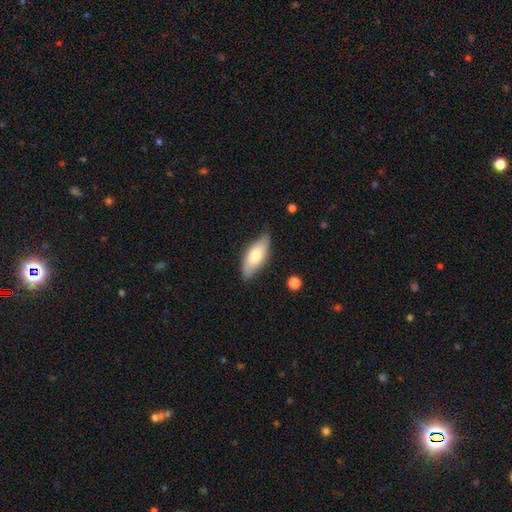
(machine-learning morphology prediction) Smooth or featured?
  - smooth: 63% *
  - featured or disk: 31%
  - star or artifact: 6%
How rounded?
  - in between: 76% *
  - cigar-shaped: 22%
  - round: 3%
Merging?
  - none: 78% *
  - minor disturbance: 17%
  - major disturbance: 3%
  - merger: 2%